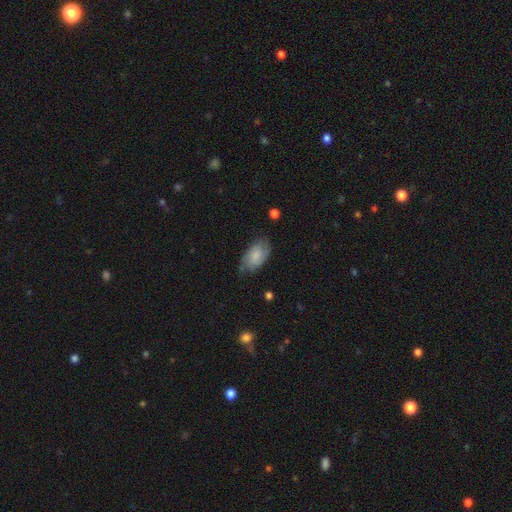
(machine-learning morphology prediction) The model was most divided on "merging": none: 63%, minor disturbance: 28%, major disturbance: 8%, merger: 2%. More confident: how rounded — in between (93%); smooth or featured — smooth (66%).